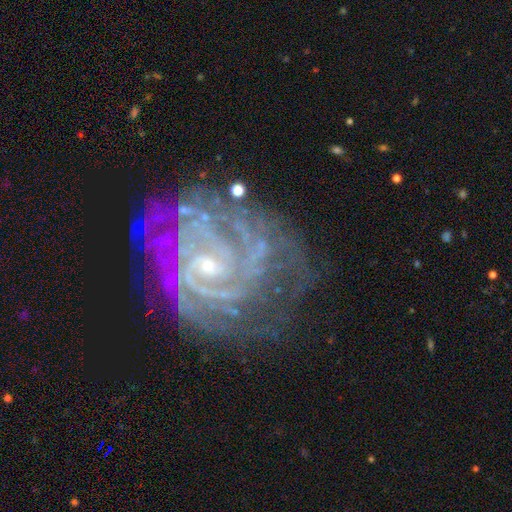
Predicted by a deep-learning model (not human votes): smooth_or_featured: featured or disk (p=0.90) [alt: star or artifact p=0.06]
disk_edge_on: no (p=0.98) [alt: yes p=0.02]
bar: no (p=0.47) [alt: weak p=0.41]
has_spiral_arms: yes (p=0.97) [alt: no p=0.03]
spiral_winding: tight (p=0.69) [alt: medium p=0.27]
spiral_arm_count: can't tell (p=0.26) [alt: 2 p=0.24]
bulge_size: small (p=0.72) [alt: moderate p=0.23]
merging: none (p=0.66) [alt: minor disturbance p=0.20]